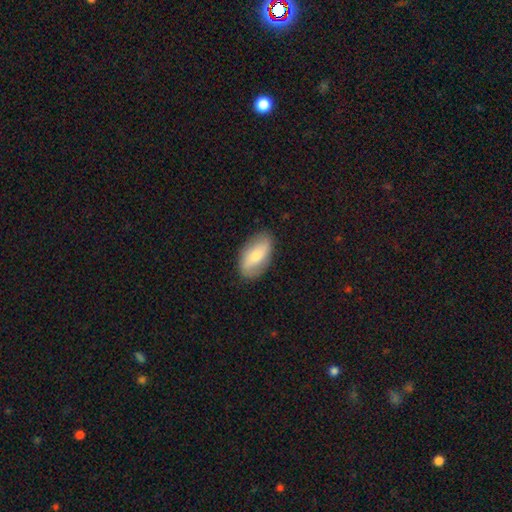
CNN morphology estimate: A smooth galaxy with no disk features (58%) that is in between round and cigar-shaped (91%). Merging: none (82%).